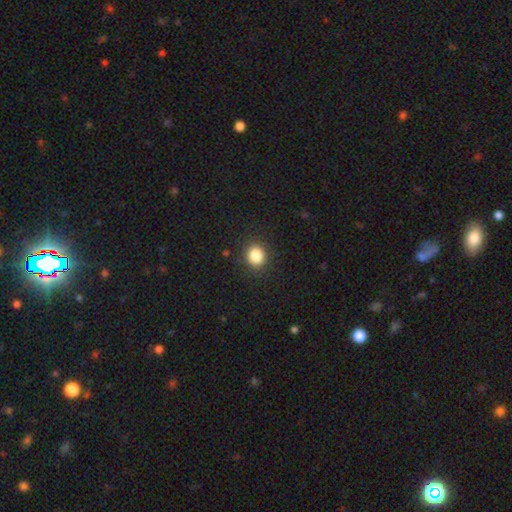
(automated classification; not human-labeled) This appears to be a smooth galaxy with no disk features (85%) that is round (80%). Merging: none (89%).